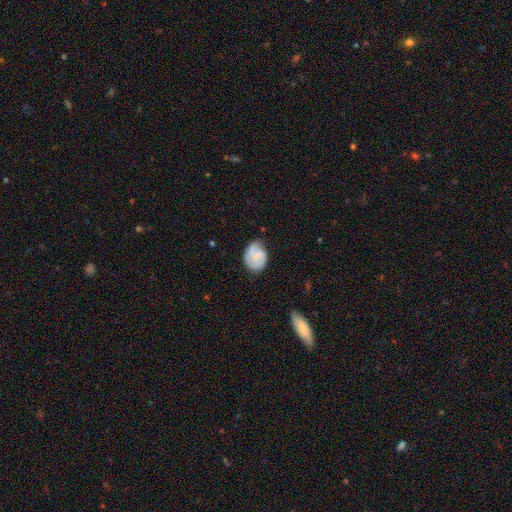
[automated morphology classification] This is possibly a featured or disk galaxy (46%, tied with smooth). Merging: possibly none (54%).